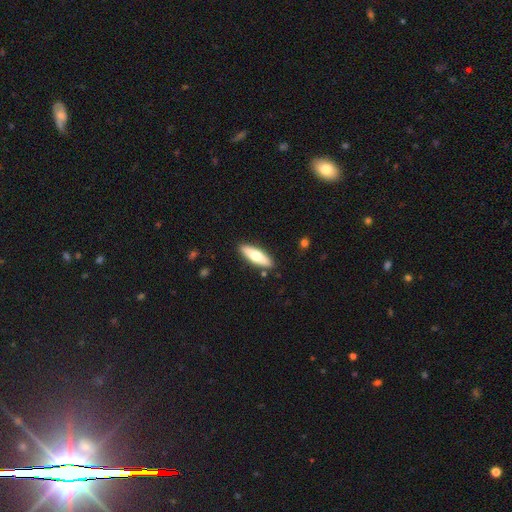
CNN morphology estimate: smooth-or-featured: smooth: 60% | featured or disk: 35% | star or artifact: 5%
  how-rounded: cigar-shaped: 51% | in between: 47% | round: 2%
  merging: none: 88% | minor disturbance: 8% | major disturbance: 2% | merger: 2%